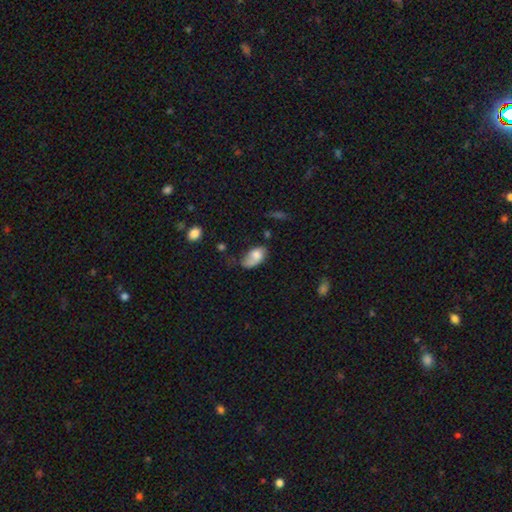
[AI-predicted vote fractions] Smooth or featured? smooth (67%)
How rounded? in between (90%)
Merging? minor disturbance (32%, tied with none)